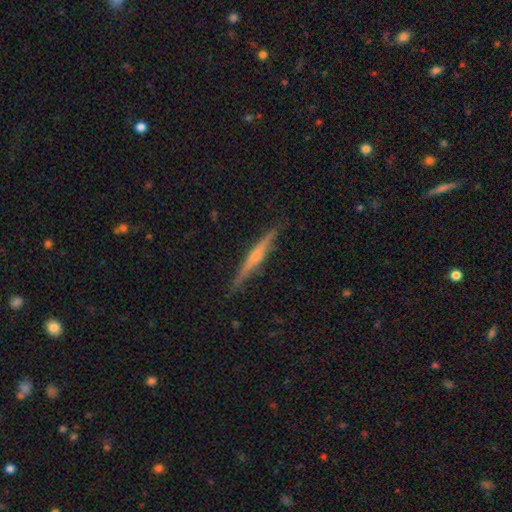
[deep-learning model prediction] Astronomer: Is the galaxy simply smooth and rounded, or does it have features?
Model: featured or disk — 67%.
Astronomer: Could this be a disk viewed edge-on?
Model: yes — 98%.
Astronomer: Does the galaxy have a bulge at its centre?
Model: rounded — 65%.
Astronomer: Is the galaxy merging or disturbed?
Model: none — 88%.